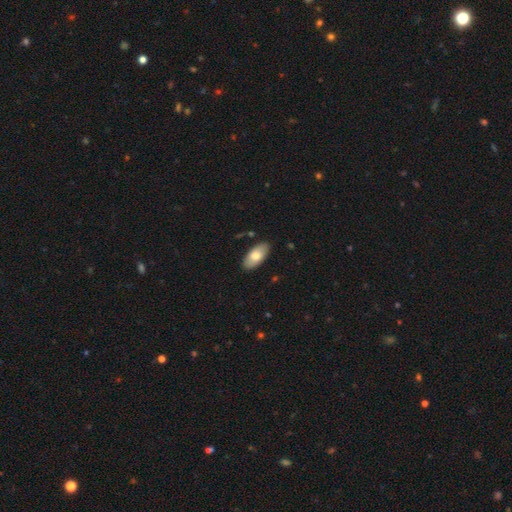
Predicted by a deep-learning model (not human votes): The model was most divided on "smooth or featured": smooth: 74%, featured or disk: 21%, star or artifact: 6%. More confident: how rounded — in between (93%); merging — none (87%).